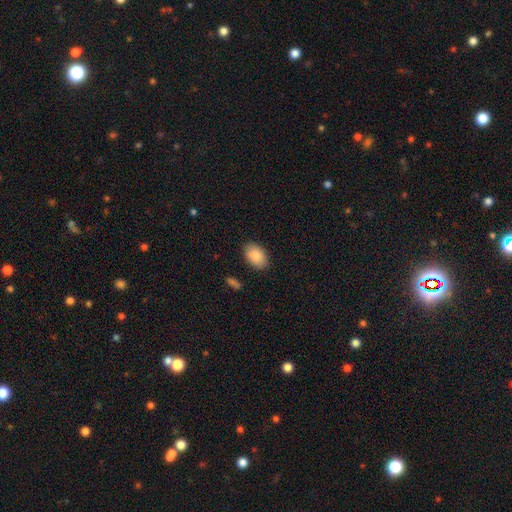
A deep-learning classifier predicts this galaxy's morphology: Smooth or featured: smooth — 89% (star or artifact — 7%)
How rounded: in between — 87% (round — 12%)
Merging: none — 86% (minor disturbance — 10%)